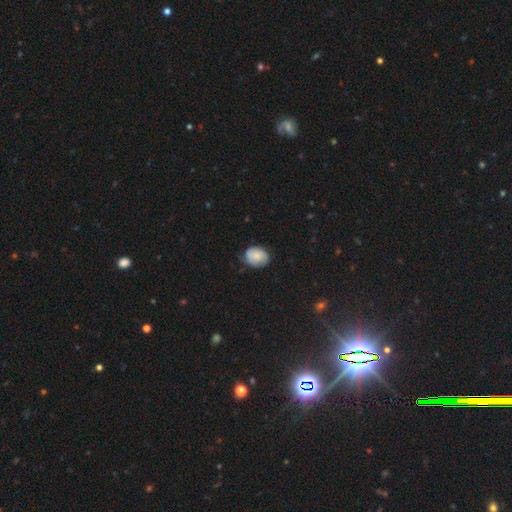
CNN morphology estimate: Smooth or featured? Predicted: smooth (p=0.65). How rounded? Predicted: round (p=0.50, tied with in between). Merging? Predicted: none (p=0.70).